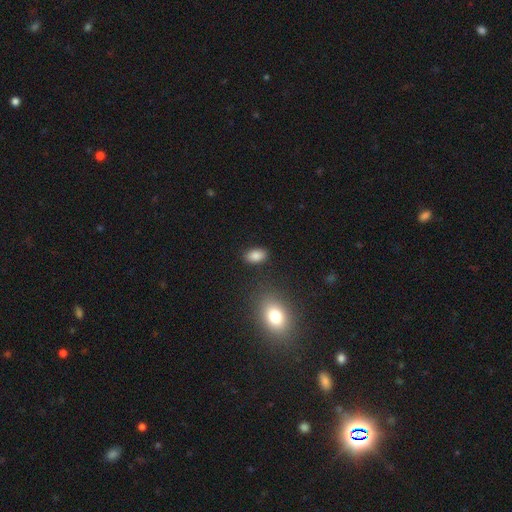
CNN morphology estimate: smooth_or_featured: smooth (p=0.85) [alt: star or artifact p=0.10]
how_rounded: in between (p=0.89) [alt: round p=0.09]
merging: none (p=0.85) [alt: minor disturbance p=0.10]